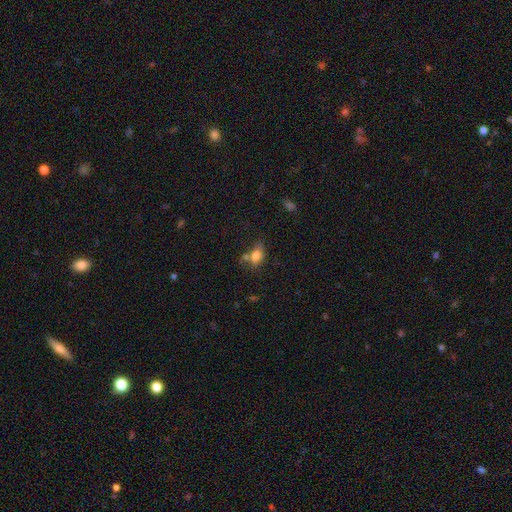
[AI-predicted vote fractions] This appears to be a smooth galaxy with no disk features (78%) that is in between round and cigar-shaped (78%). Merging: none (45%).